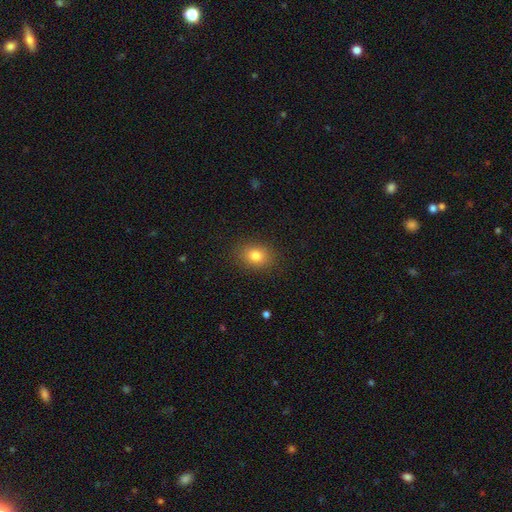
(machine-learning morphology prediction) smooth_or_featured: smooth (p=0.81) [alt: star or artifact p=0.11]
how_rounded: in between (p=0.57) [alt: round p=0.42]
merging: none (p=0.88) [alt: minor disturbance p=0.09]